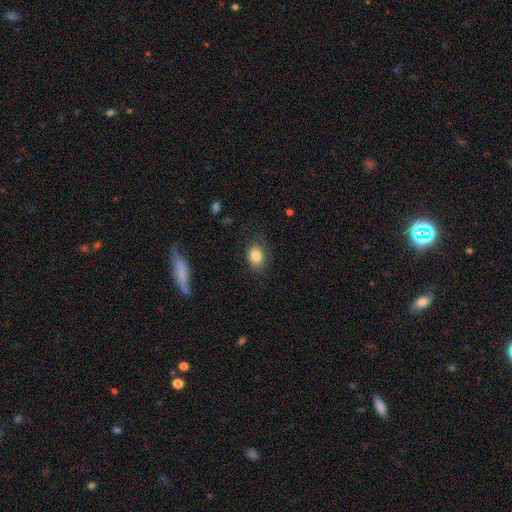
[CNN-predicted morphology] The model was most divided on "how rounded": in between: 73%, round: 26%, cigar-shaped: 1%. More confident: smooth or featured — smooth (83%); merging — none (75%).